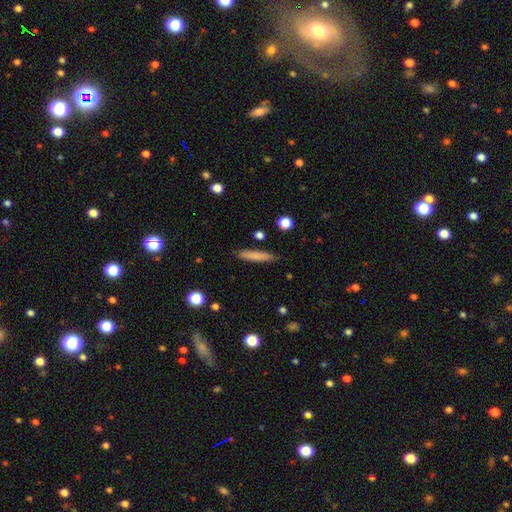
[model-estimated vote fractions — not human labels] Smooth or featured? smooth (80%)
How rounded? cigar-shaped (88%)
Merging? none (87%)